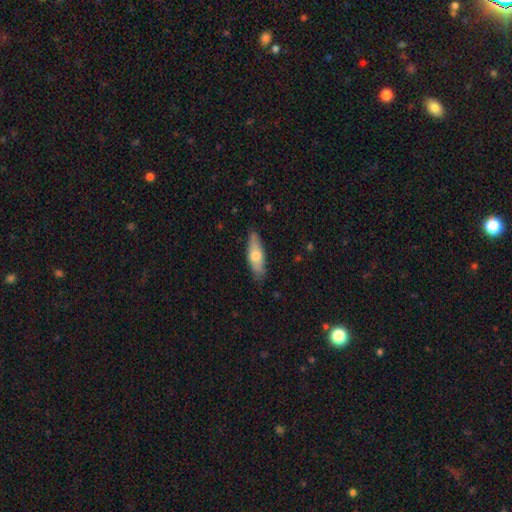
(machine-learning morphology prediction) Smooth or featured?
  - smooth: 65% *
  - featured or disk: 29%
  - star or artifact: 6%
How rounded?
  - in between: 58% *
  - cigar-shaped: 40%
  - round: 2%
Merging?
  - none: 83% *
  - minor disturbance: 14%
  - major disturbance: 2%
  - merger: 1%